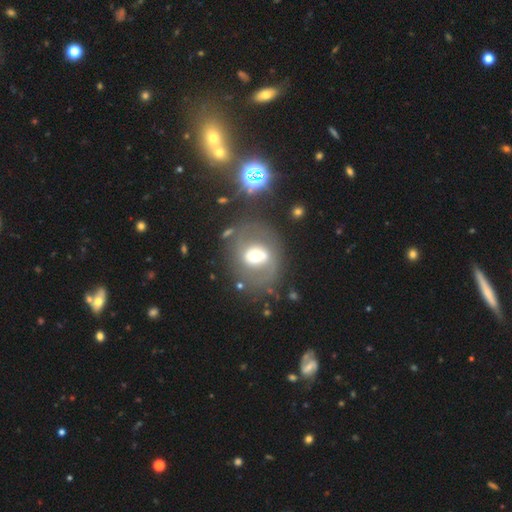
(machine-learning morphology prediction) This appears to be a featured or disk galaxy (53%) with no bar (49%), no spiral arms (64%) and a moderate central bulge (59%). Merging: none (67%).